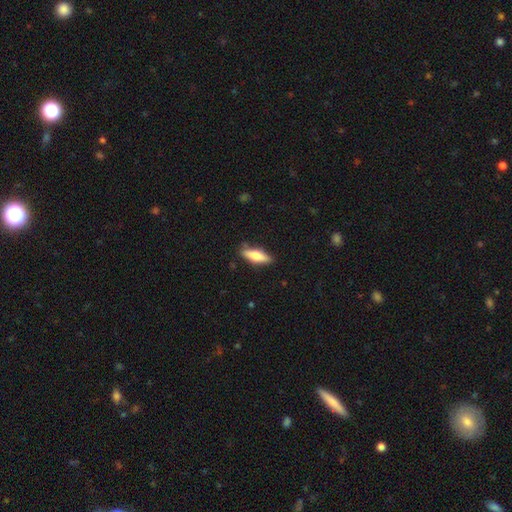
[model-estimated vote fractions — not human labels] This is likely a smooth galaxy (62%). How rounded: possibly cigar-shaped (49%, tied with in between). Merging: clearly none (84%).